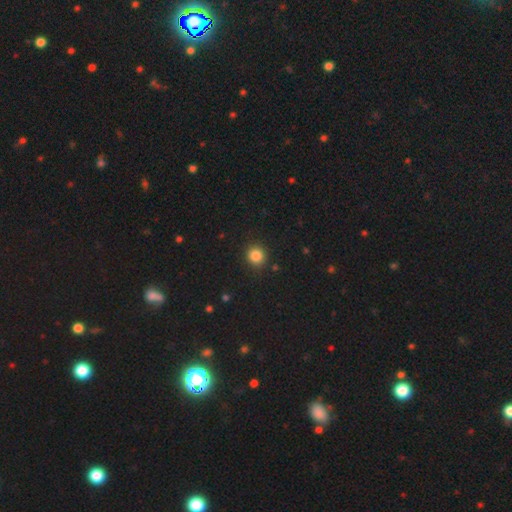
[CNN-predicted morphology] Q: Smooth or featured?
A: smooth (85%); runner-up: star or artifact (11%)
Q: How rounded?
A: round (90%); runner-up: in between (9%)
Q: Merging?
A: none (90%); runner-up: minor disturbance (6%)